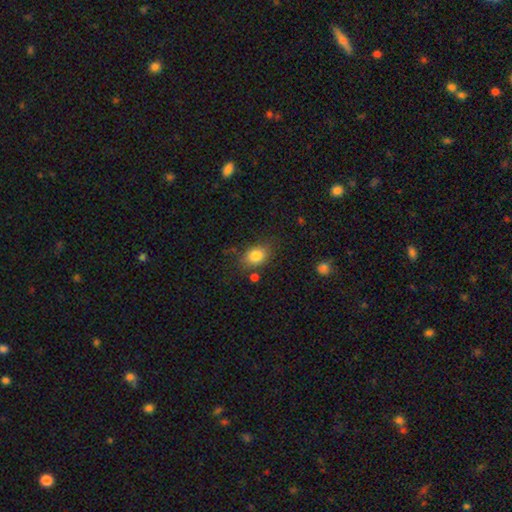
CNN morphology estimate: Smooth or featured? Predicted: smooth (p=0.83). How rounded? Predicted: in between (p=0.67). Merging? Predicted: none (p=0.75).